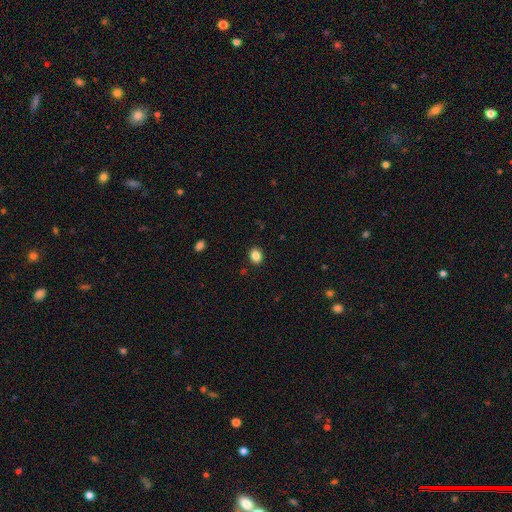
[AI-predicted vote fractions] A smooth galaxy with no disk features (86%) that is in between round and cigar-shaped (51%).

Vote fractions:
- Smooth or featured? smooth: 86% / star or artifact: 10% / featured or disk: 4%
- How rounded? in between: 51% / round: 48% / cigar-shaped: 1%
- Merging? none: 90% / minor disturbance: 7% / major disturbance: 2% / merger: 1%